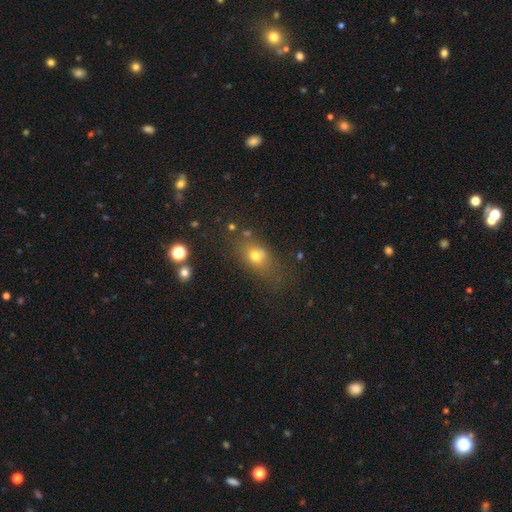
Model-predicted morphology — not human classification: Smooth or featured?
  - smooth: 70% *
  - star or artifact: 16%
  - featured or disk: 14%
How rounded?
  - in between: 62% *
  - round: 32%
  - cigar-shaped: 5%
Merging?
  - none: 65% *
  - minor disturbance: 20%
  - major disturbance: 10%
  - merger: 6%